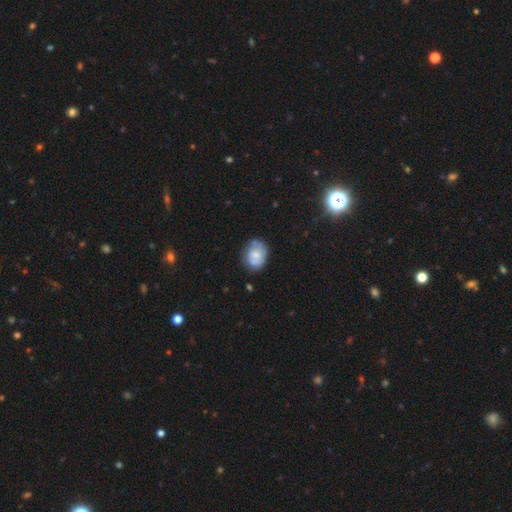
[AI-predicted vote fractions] Morphology: type=smooth (59%); roundness=in between (61%); merging=none (61%).